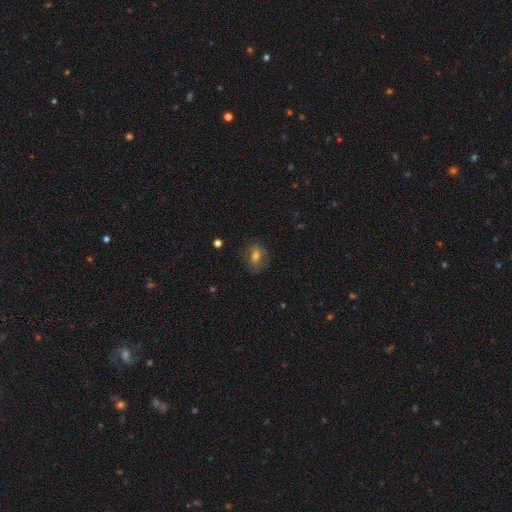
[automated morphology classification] smooth_or_featured: smooth (p=0.61) [alt: featured or disk p=0.26]
how_rounded: in between (p=0.53) [alt: round p=0.45]
merging: none (p=0.75) [alt: minor disturbance p=0.17]